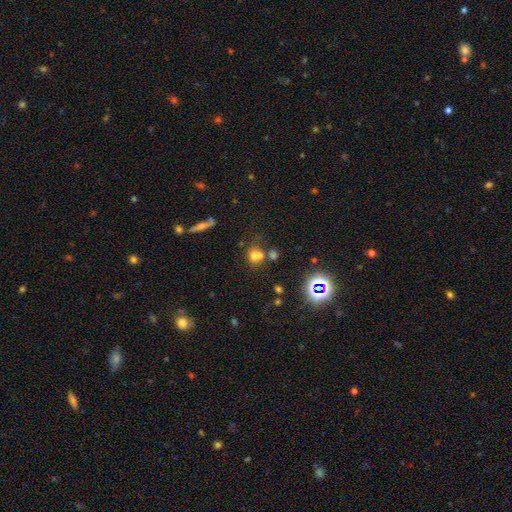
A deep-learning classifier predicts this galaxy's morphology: This appears to be a smooth galaxy with no disk features (61%) that is round (72%). Merging: merger (43%).